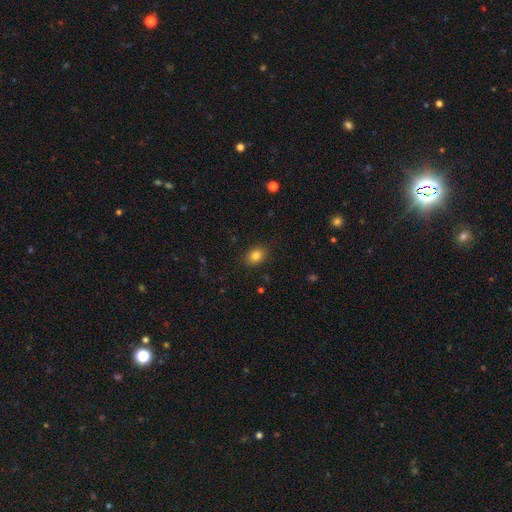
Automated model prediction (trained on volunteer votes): A smooth galaxy with no disk features (83%) that is in between round and cigar-shaped (63%). Merging: none (87%).